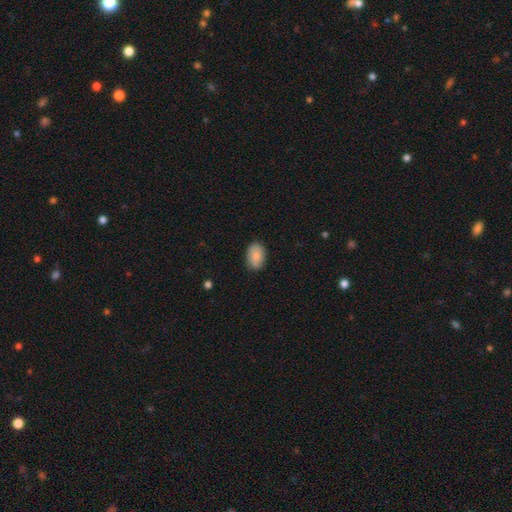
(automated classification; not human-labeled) Q: Smooth or featured?
A: smooth (83%); runner-up: featured or disk (11%)
Q: How rounded?
A: in between (86%); runner-up: round (13%)
Q: Merging?
A: none (83%); runner-up: minor disturbance (14%)